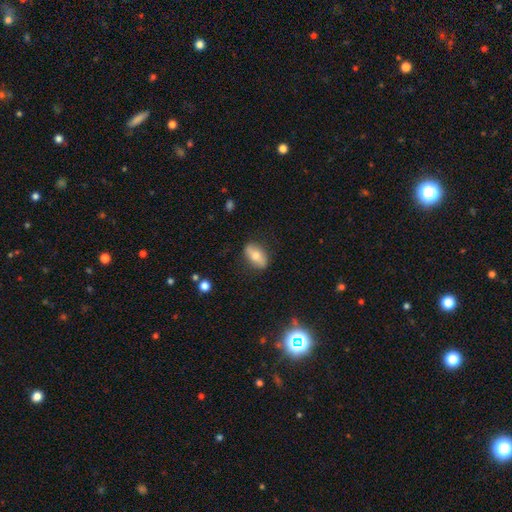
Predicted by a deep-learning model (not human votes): Overall: smooth (60%; featured or disk 32%). How rounded: in between (85%). Merging: none (83%).